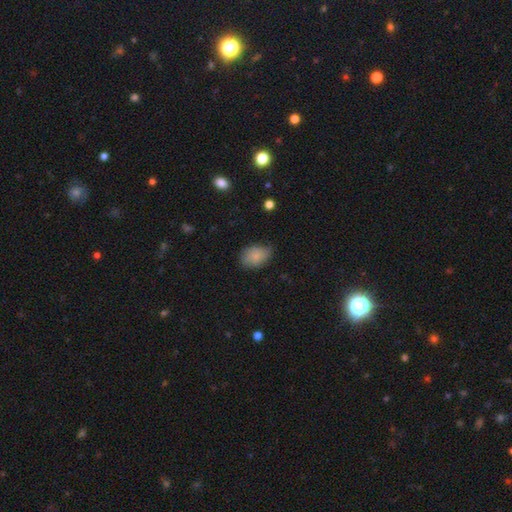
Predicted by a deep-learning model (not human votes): This appears to be a smooth galaxy with no disk features (80%) that is in between round and cigar-shaped (79%). Merging: none (60%).